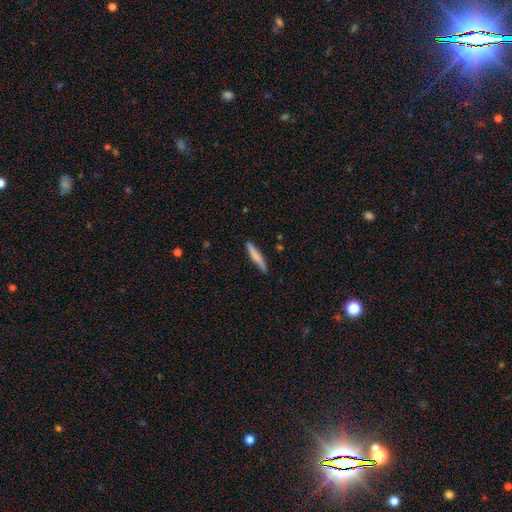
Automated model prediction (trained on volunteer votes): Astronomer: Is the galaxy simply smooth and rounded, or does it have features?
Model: smooth — 68%.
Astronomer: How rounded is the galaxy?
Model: cigar-shaped — 93%.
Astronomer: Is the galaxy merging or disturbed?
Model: none — 85%.